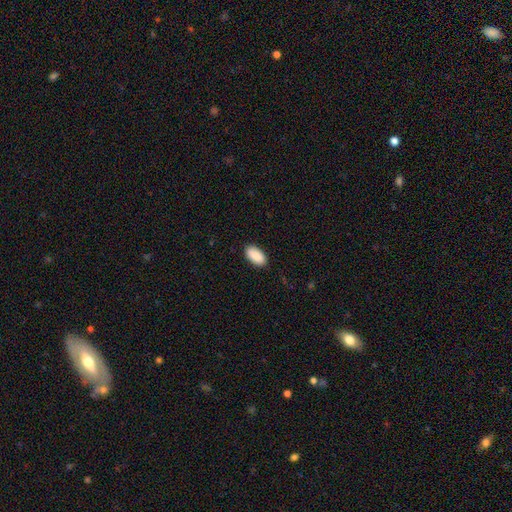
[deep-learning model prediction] Smooth or featured: smooth — 90% (star or artifact — 6%)
How rounded: in between — 95% (cigar-shaped — 3%)
Merging: none — 89% (minor disturbance — 9%)